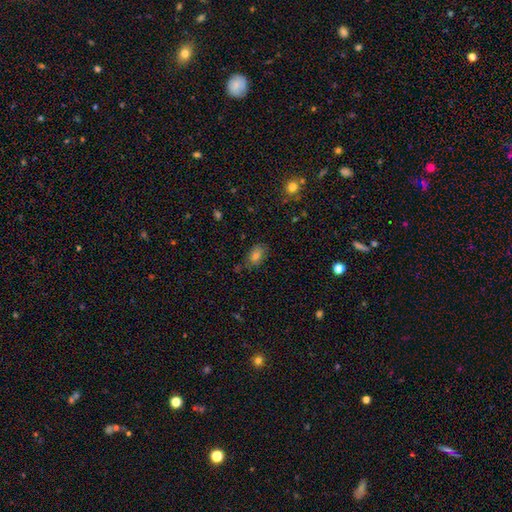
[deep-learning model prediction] smooth 70%, star or artifact 18%, featured or disk 12%. Down the decision tree: how rounded — in between (77%); merging — none (74%).